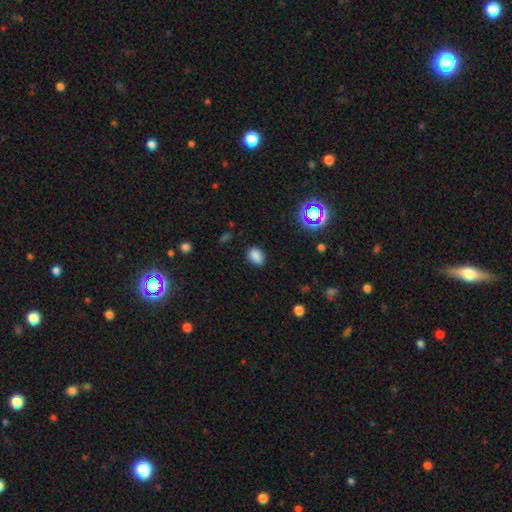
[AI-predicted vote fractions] Smooth or featured? Predicted: smooth (p=0.82). How rounded? Predicted: in between (p=0.74). Merging? Predicted: none (p=0.83).